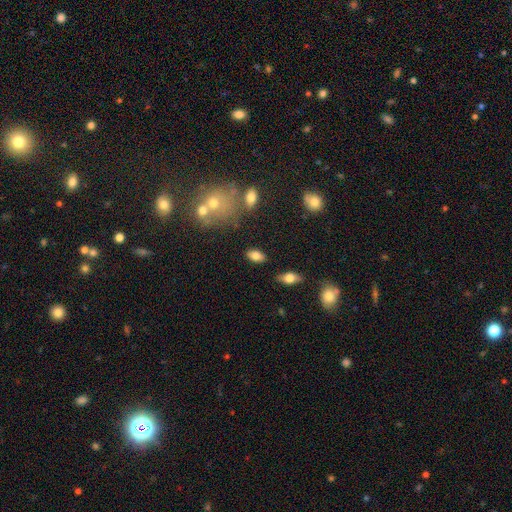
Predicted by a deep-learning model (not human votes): The model was most divided on "smooth or featured": smooth: 78%, featured or disk: 13%, star or artifact: 9%. More confident: how rounded — in between (91%); merging — none (82%).